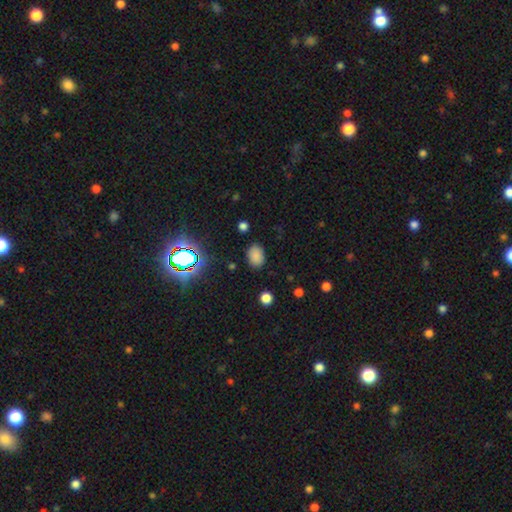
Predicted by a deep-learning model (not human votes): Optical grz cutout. It shows a smooth galaxy with no disk features (79%) that is in between round and cigar-shaped (78%). Merging: none (83%).